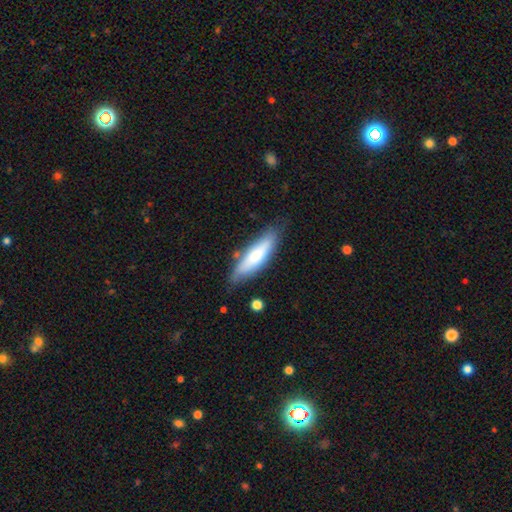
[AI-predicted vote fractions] This is likely a smooth galaxy (67%). How rounded: likely cigar-shaped (66%). Merging: likely none (74%).